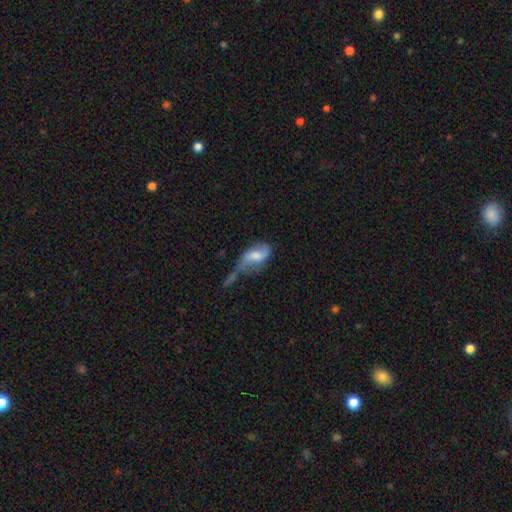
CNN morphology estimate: Smooth or featured?
  - featured or disk: 48% *
  - smooth: 44%
  - star or artifact: 8%
Merging?
  - major disturbance: 31% *
  - merger: 25%
  - none: 23%
  - minor disturbance: 20%